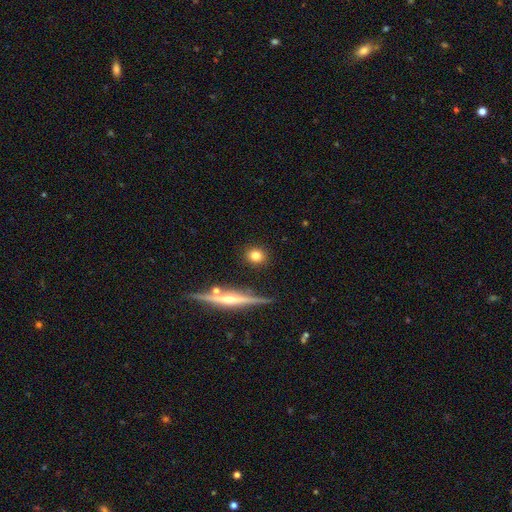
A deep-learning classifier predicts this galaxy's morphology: This is likely a smooth galaxy (77%). How rounded: clearly round (85%). Merging: clearly none (86%).